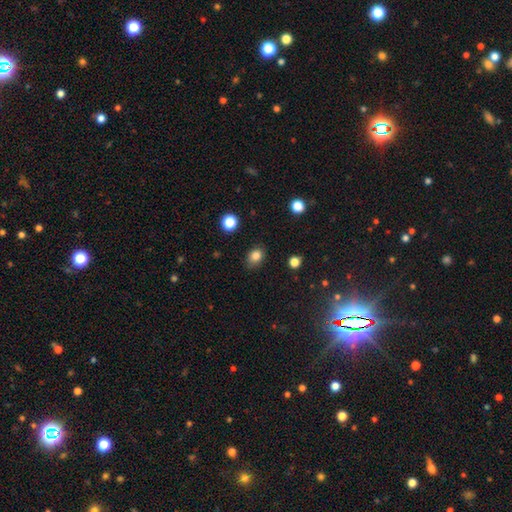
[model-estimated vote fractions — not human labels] Morphology: type=smooth (83%); roundness=in between (61%); merging=none (83%).